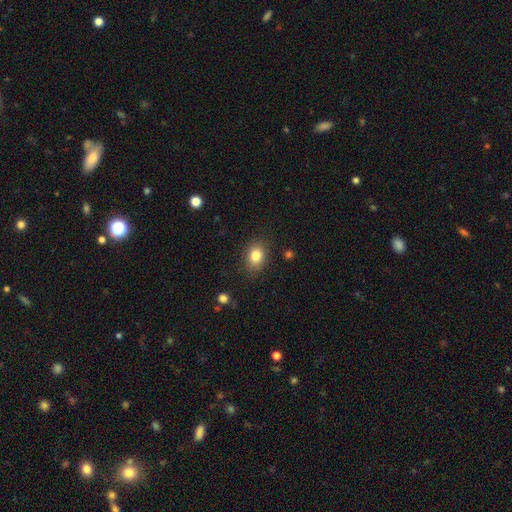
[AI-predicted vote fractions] Smooth or featured?
  - smooth: 83% *
  - star or artifact: 10%
  - featured or disk: 7%
How rounded?
  - in between: 57% *
  - round: 41%
  - cigar-shaped: 1%
Merging?
  - none: 85% *
  - minor disturbance: 11%
  - major disturbance: 3%
  - merger: 1%